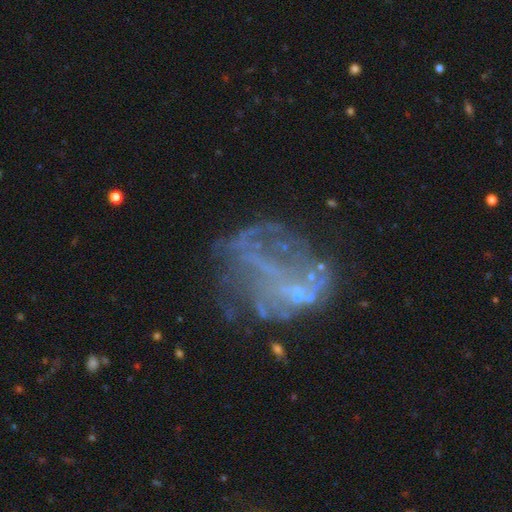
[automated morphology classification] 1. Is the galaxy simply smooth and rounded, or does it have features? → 62% featured or disk, 21% star or artifact, 16% smooth.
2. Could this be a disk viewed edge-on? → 98% no, 2% yes.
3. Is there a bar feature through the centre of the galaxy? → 82% no, 13% weak, 5% strong.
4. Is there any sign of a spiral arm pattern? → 81% no, 19% yes.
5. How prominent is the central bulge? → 70% none, 22% small, 6% moderate, 1% large, 1% dominant.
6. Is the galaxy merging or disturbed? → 41% none, 35% major disturbance, 16% minor disturbance, 8% merger.